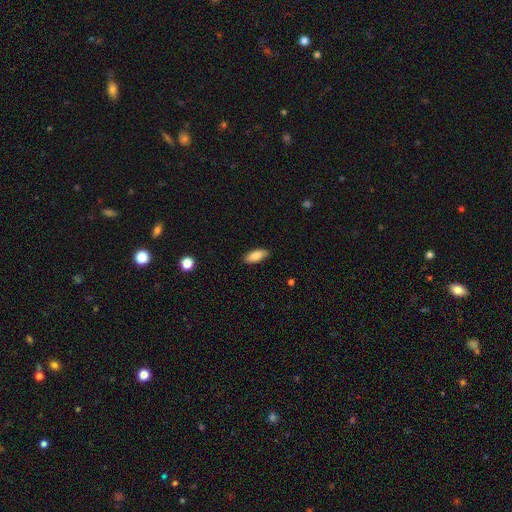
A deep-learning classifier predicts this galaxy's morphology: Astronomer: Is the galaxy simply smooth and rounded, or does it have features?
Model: smooth — 83%.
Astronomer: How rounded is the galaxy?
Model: in between — 82%.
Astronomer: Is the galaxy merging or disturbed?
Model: none — 86%.